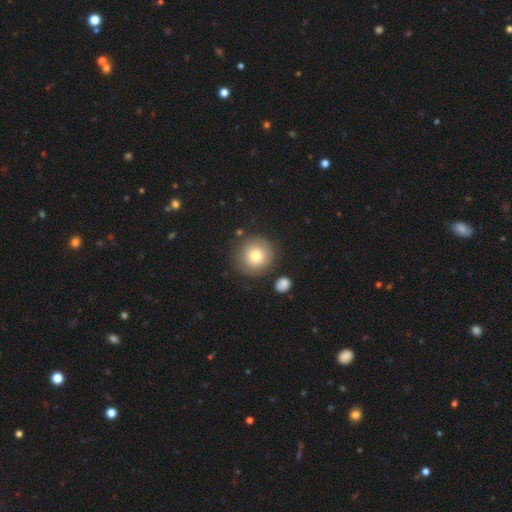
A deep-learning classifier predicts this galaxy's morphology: Smooth or featured? Predicted: smooth (p=0.77). How rounded? Predicted: round (p=0.94). Merging? Predicted: none (p=0.82).